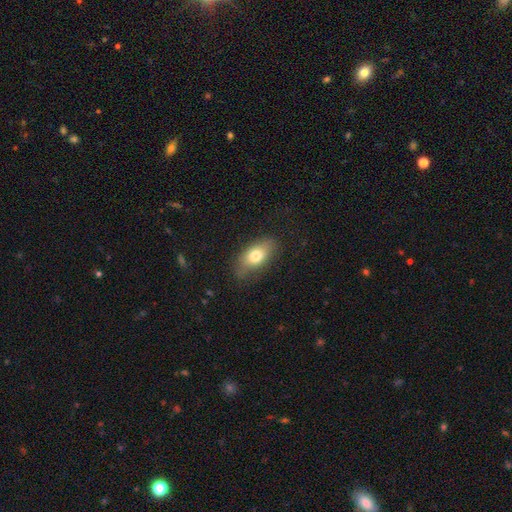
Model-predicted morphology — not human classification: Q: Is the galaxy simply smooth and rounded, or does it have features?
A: smooth — 75%.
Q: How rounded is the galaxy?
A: in between — 86%.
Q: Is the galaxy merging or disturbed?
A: none — 74%.